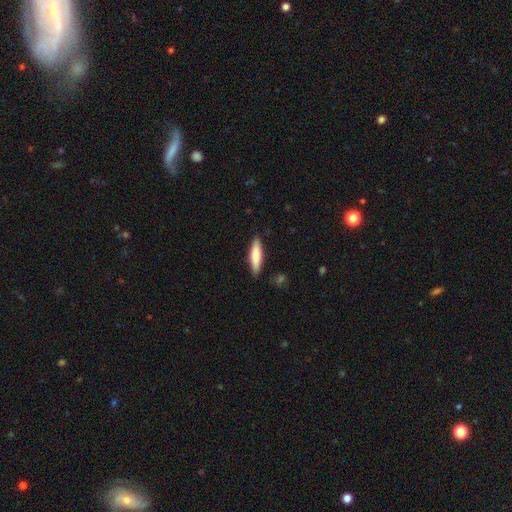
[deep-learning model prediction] A smooth galaxy with no disk features (74%) that is cigar-shaped (72%). Merging: none (87%).